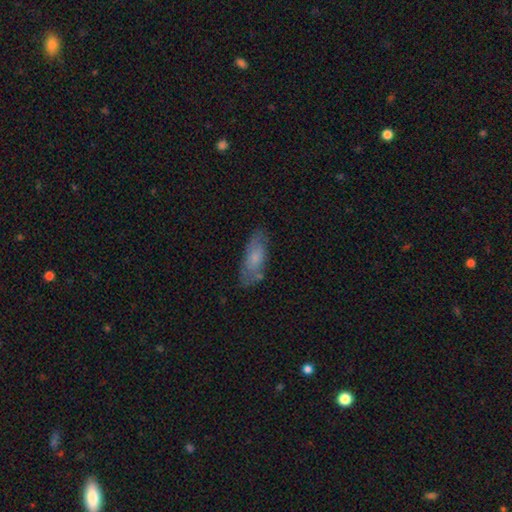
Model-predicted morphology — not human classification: Q: Smooth or featured?
A: smooth (57%); runner-up: featured or disk (35%)
Q: How rounded?
A: in between (70%); runner-up: cigar-shaped (27%)
Q: Merging?
A: none (73%); runner-up: minor disturbance (19%)